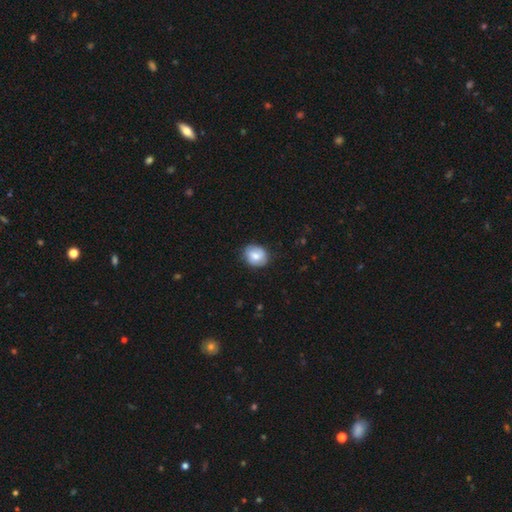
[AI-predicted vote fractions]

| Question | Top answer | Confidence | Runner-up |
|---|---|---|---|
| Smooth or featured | smooth | 75% | featured or disk (18%) |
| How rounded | round | 62% | in between (37%) |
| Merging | none | 81% | minor disturbance (15%) |